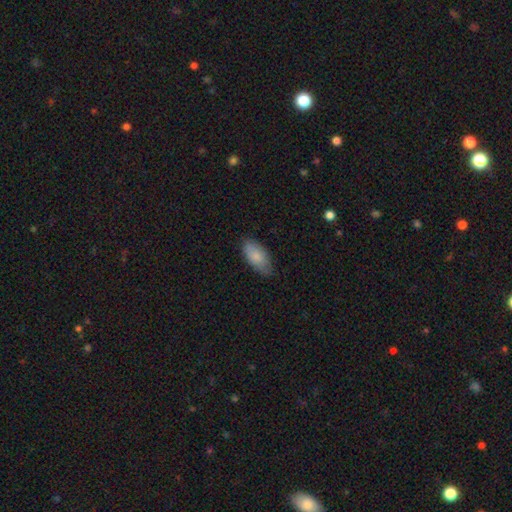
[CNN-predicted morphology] This appears to be a smooth galaxy with no disk features (84%) that is in between round and cigar-shaped (92%). Merging: none (74%).